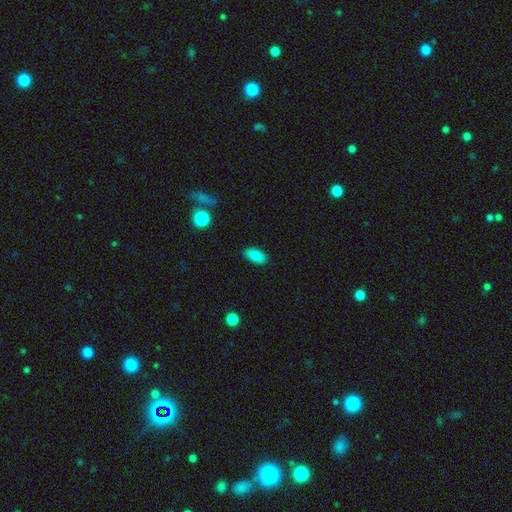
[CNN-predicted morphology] smooth-or-featured: smooth: 86% | star or artifact: 8% | featured or disk: 6%
  how-rounded: in between: 91% | cigar-shaped: 5% | round: 4%
  merging: none: 88% | minor disturbance: 9% | major disturbance: 2% | merger: 1%